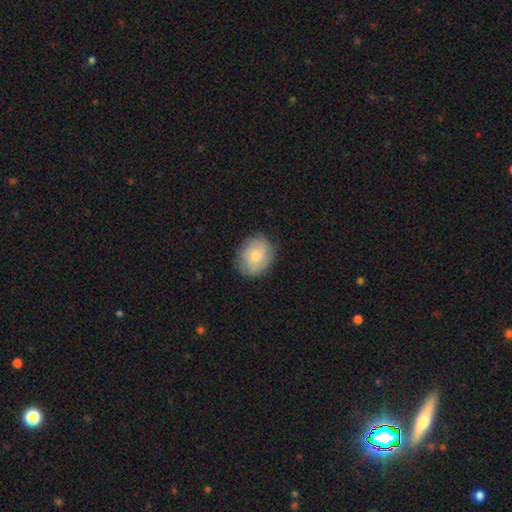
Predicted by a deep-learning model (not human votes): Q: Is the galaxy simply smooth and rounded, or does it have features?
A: smooth — 64%.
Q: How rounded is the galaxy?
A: round — 59%.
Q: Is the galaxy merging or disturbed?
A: none — 80%.